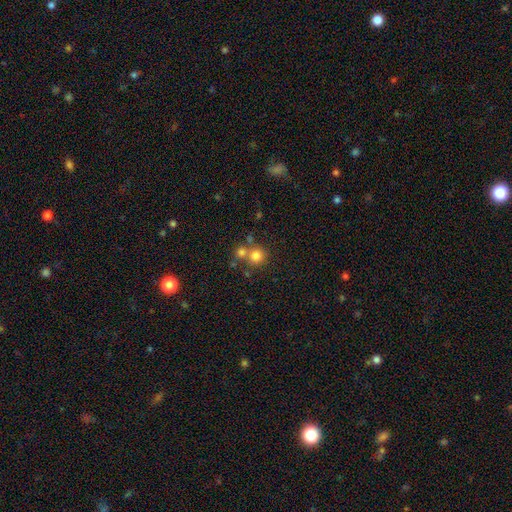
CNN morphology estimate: Smooth or featured: smooth — 77% (star or artifact — 13%)
How rounded: round — 91% (in between — 8%)
Merging: none — 59% (merger — 31%)